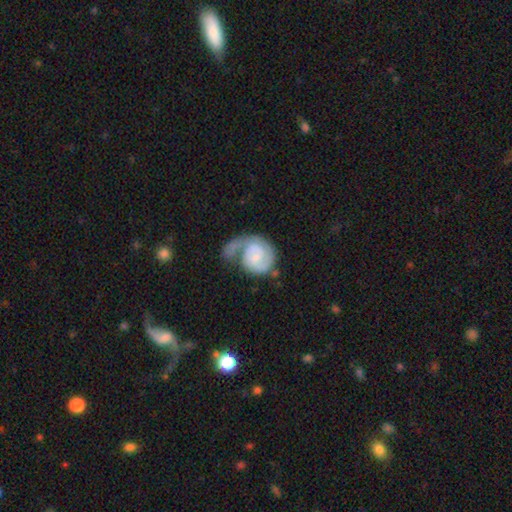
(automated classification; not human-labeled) A featured or disk galaxy (72%) with no bar (56%), 2 (45%) tight (45%) spiral arms (91%) and a small central bulge (51%).

Vote fractions:
- Smooth or featured? featured or disk: 72% / smooth: 22% / star or artifact: 6%
- Edge-on disk? no: 98% / yes: 2%
- Bar? no: 56% / weak: 37% / strong: 7%
- Spiral arms? yes: 91% / no: 9%
- Spiral winding? tight: 45% / medium: 36% / loose: 19%
- Spiral arm count? 2: 45% / 1: 41% / can't tell: 9% / 3: 2% / 4: 1% / more than 4: 1%
- Bulge size? small: 51% / moderate: 24% / none: 18% / large: 5% / dominant: 2%
- Merging? major disturbance: 34% / none: 31% / minor disturbance: 21% / merger: 14%